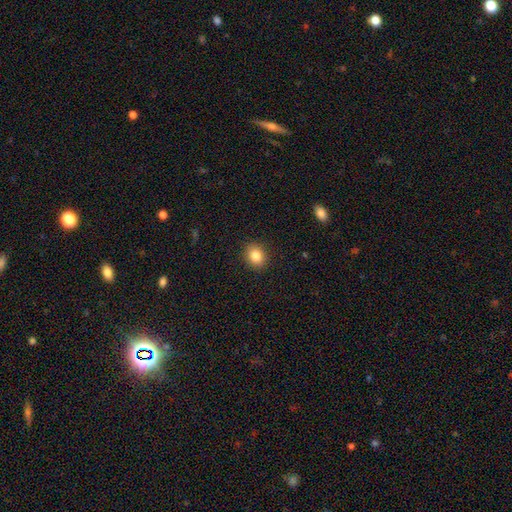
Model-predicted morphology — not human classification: Overall: smooth (84%). How rounded: round (63%; in between 36%). Merging: none (90%).